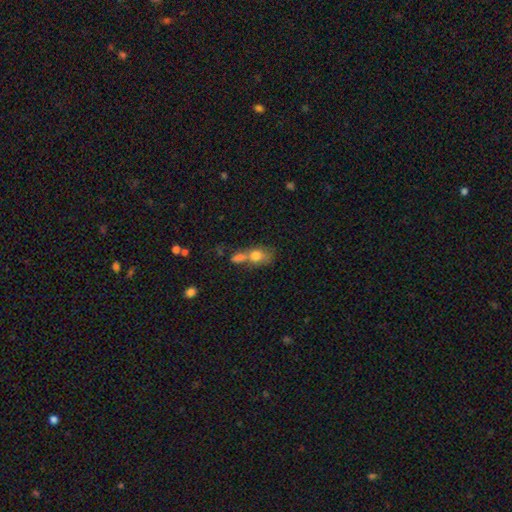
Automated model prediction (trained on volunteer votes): Overall: smooth (73%). How rounded: in between (61%; round 34%). Merging: merger (59%; none 21%).